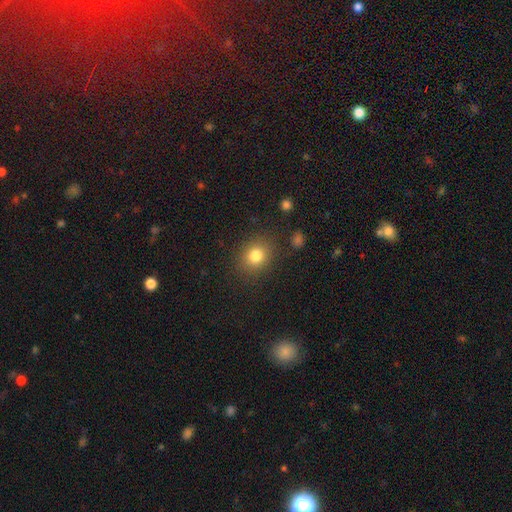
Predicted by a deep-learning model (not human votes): Overall: smooth (81%). How rounded: round (67%; in between 32%). Merging: none (85%).